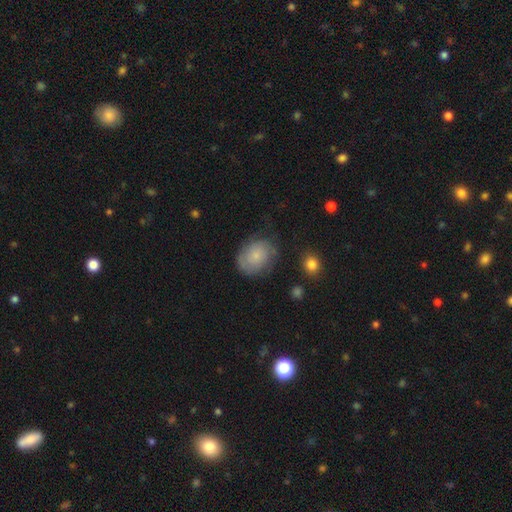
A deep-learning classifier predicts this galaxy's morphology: Smooth or featured? featured or disk (46%)
Merging? none (69%)